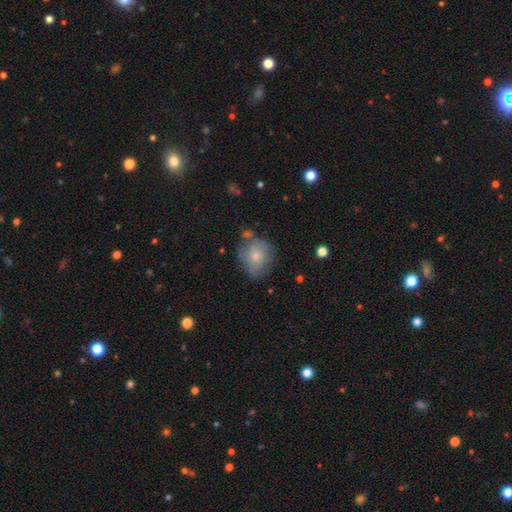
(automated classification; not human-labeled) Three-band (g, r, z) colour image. It shows a smooth galaxy with no disk features (62%) that is round (67%). Merging: none (56%).